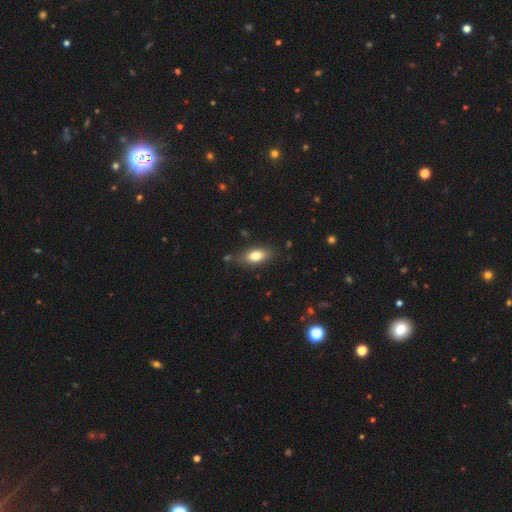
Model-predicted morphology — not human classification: Q: Smooth or featured?
A: smooth (79%); runner-up: featured or disk (13%)
Q: How rounded?
A: in between (86%); runner-up: cigar-shaped (8%)
Q: Merging?
A: none (78%); runner-up: minor disturbance (15%)